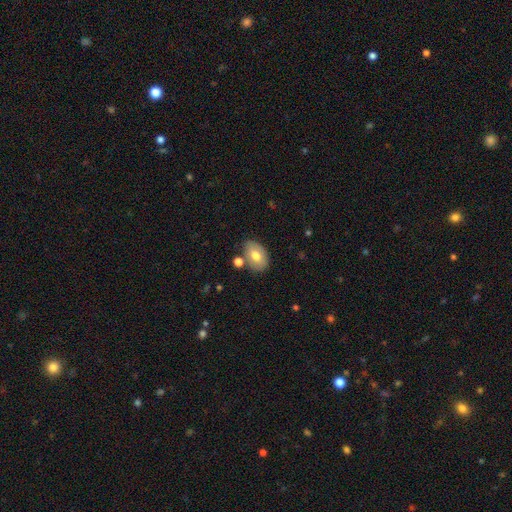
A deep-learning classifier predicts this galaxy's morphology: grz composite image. It shows a smooth galaxy with no disk features (69%) that is in between round and cigar-shaped (86%). Merging: none (68%).